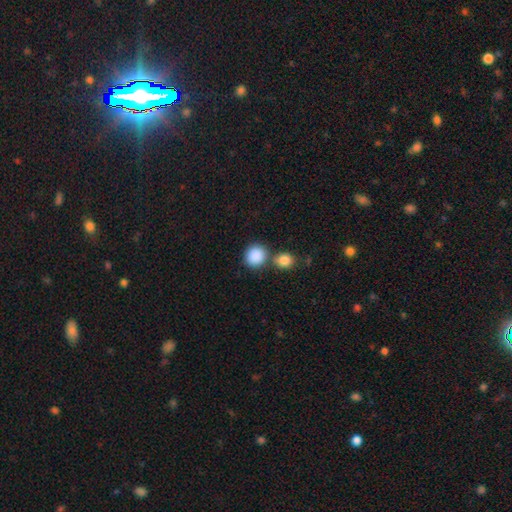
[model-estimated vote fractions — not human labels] A smooth galaxy with no disk features (89%) that is round (82%).

Vote fractions:
- Smooth or featured? smooth: 89% / star or artifact: 8% / featured or disk: 4%
- How rounded? round: 82% / in between: 17% / cigar-shaped: 1%
- Merging? none: 64% / merger: 23% / minor disturbance: 10% / major disturbance: 4%